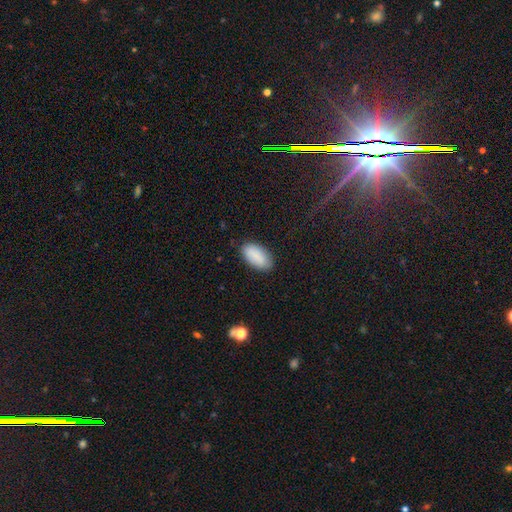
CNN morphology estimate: A smooth galaxy with no disk features (88%) that is in between round and cigar-shaped (94%).

Vote fractions:
- Smooth or featured? smooth: 88% / star or artifact: 6% / featured or disk: 6%
- How rounded? in between: 94% / cigar-shaped: 3% / round: 3%
- Merging? none: 84% / minor disturbance: 12% / major disturbance: 3% / merger: 1%